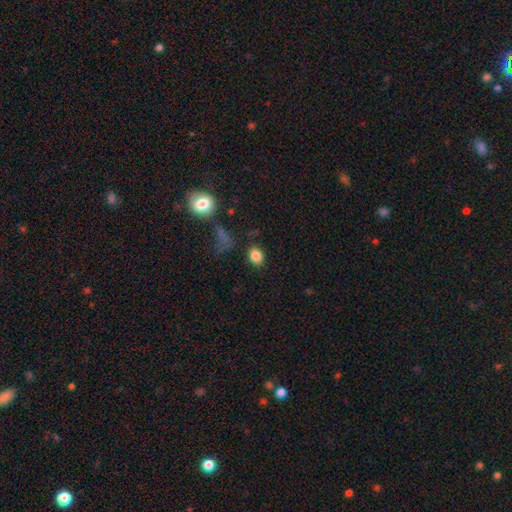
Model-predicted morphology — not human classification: smooth_or_featured: smooth (p=0.84) [alt: star or artifact p=0.10]
how_rounded: in between (p=0.56) [alt: round p=0.42]
merging: none (p=0.79) [alt: minor disturbance p=0.12]